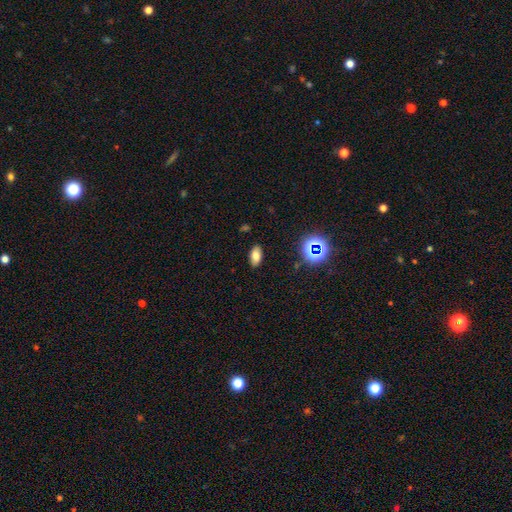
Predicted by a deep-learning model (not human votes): smooth_or_featured: smooth (p=0.73) [alt: star or artifact p=0.15]
how_rounded: in between (p=0.91) [alt: round p=0.05]
merging: none (p=0.88) [alt: minor disturbance p=0.08]